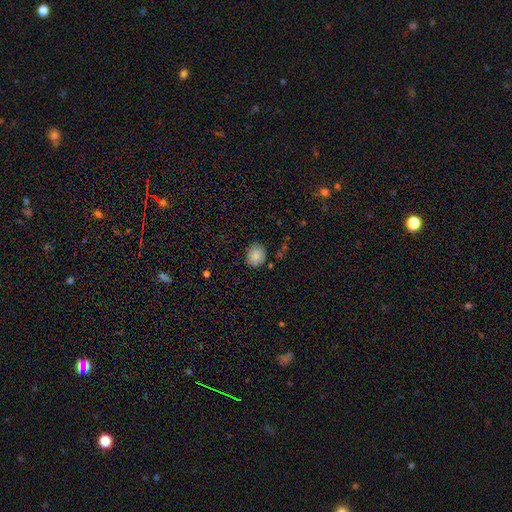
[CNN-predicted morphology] Q: Smooth or featured?
A: smooth (85%); runner-up: star or artifact (8%)
Q: How rounded?
A: round (60%); runner-up: in between (39%)
Q: Merging?
A: none (80%); runner-up: minor disturbance (15%)